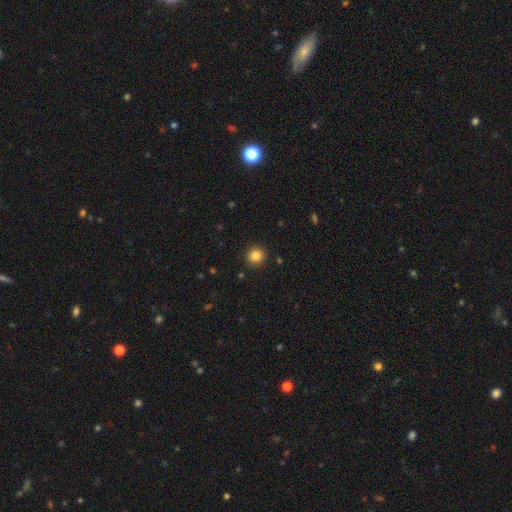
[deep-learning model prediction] smooth-or-featured: smooth: 83% | star or artifact: 11% | featured or disk: 5%
  how-rounded: round: 94% | in between: 5% | cigar-shaped: 1%
  merging: none: 92% | minor disturbance: 5% | major disturbance: 2% | merger: 1%